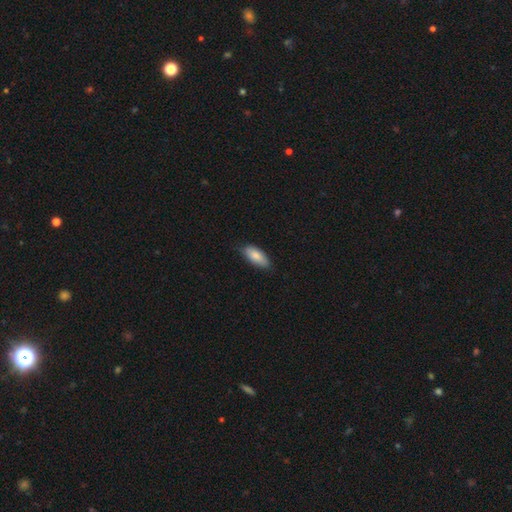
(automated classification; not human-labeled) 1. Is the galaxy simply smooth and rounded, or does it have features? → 83% smooth, 11% featured or disk, 6% star or artifact.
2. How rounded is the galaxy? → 85% in between, 13% cigar-shaped, 2% round.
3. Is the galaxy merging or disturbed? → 77% none, 20% minor disturbance, 3% major disturbance, 1% merger.